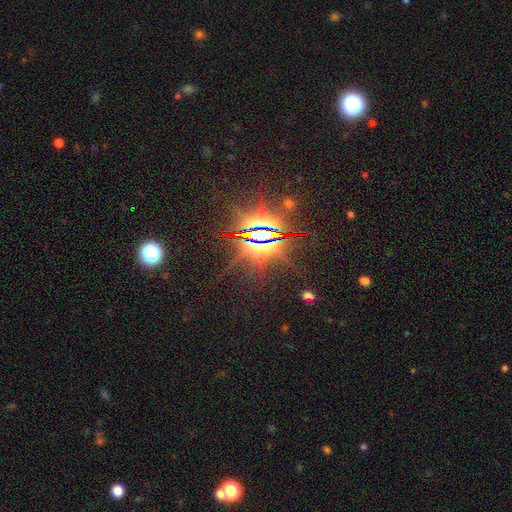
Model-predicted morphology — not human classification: This is clearly a star or artifact rather than a galaxy (83%).